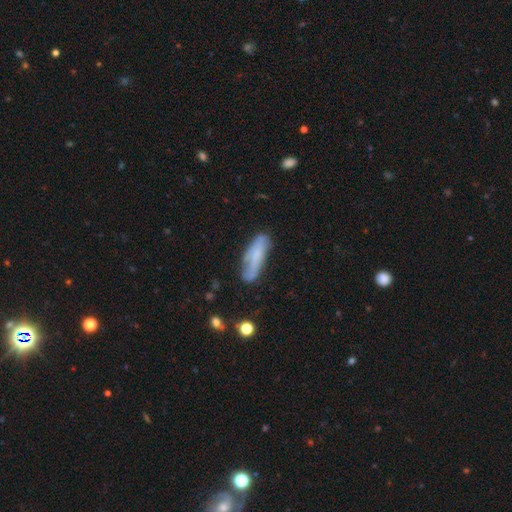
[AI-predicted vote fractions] The model was most divided on "how rounded" (2-way tie): in between: 49%, cigar-shaped: 49%, round: 2%. More confident: merging — none (65%); smooth or featured — smooth (59%).